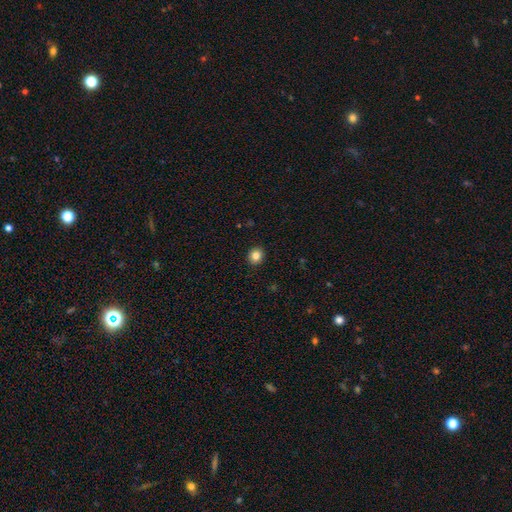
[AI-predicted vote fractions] Smooth or featured? Predicted: smooth (p=0.85). How rounded? Predicted: round (p=0.83). Merging? Predicted: none (p=0.92).